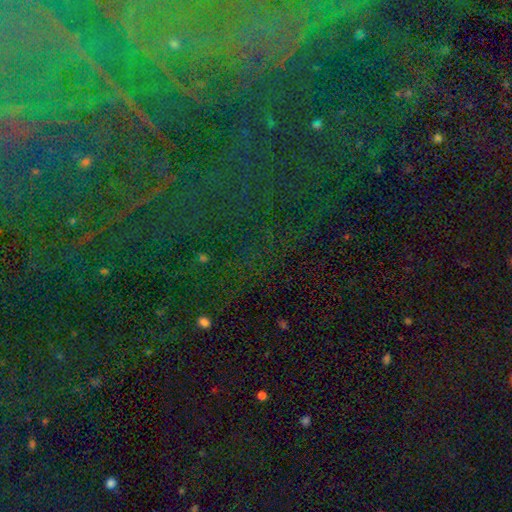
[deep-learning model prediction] smooth-or-featured: star or artifact: 72% | featured or disk: 16% | smooth: 11%